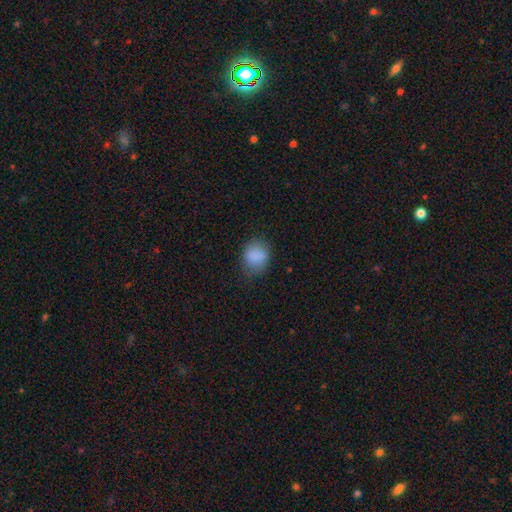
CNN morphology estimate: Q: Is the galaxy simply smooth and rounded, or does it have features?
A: smooth — 83%.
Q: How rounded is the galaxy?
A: round — 60%.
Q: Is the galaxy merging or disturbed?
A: none — 68%.